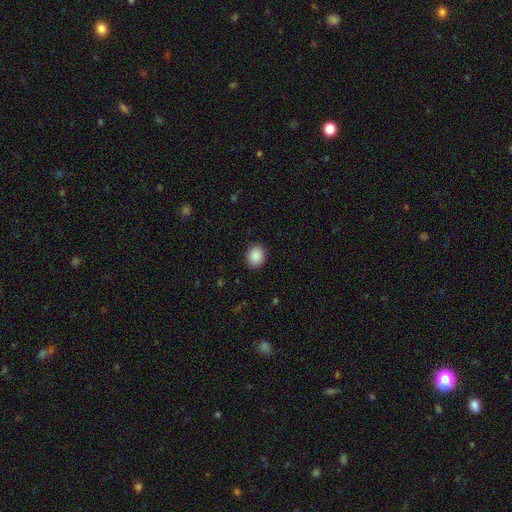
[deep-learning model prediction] Overall: smooth (89%). How rounded: round (67%; in between 32%). Merging: none (90%).